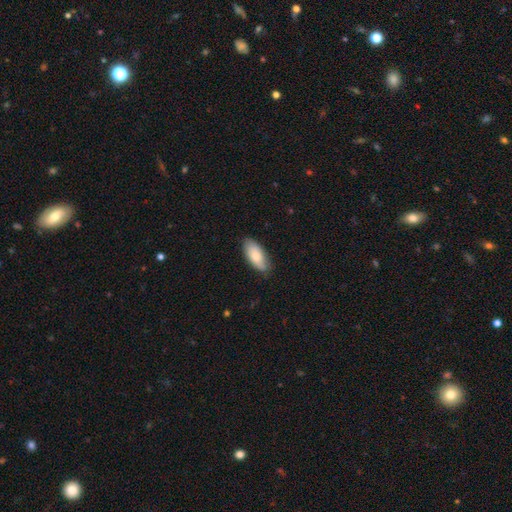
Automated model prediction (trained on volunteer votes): The model was most divided on "smooth or featured": smooth: 77%, featured or disk: 17%, star or artifact: 6%. More confident: how rounded — in between (87%); merging — none (83%).